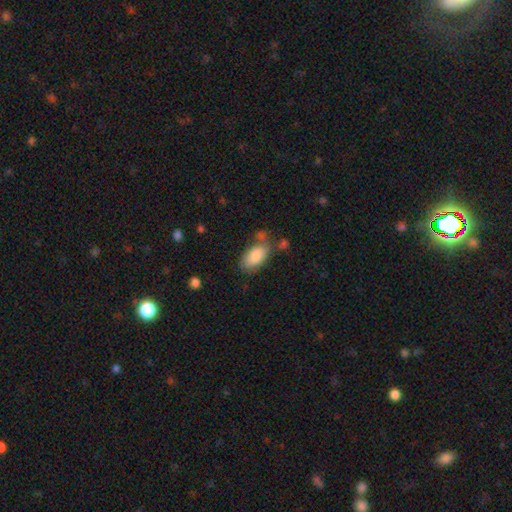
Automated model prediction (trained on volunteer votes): A smooth galaxy with no disk features (86%) that is in between round and cigar-shaped (94%).

Vote fractions:
- Smooth or featured? smooth: 86% / featured or disk: 7% / star or artifact: 6%
- How rounded? in between: 94% / round: 3% / cigar-shaped: 3%
- Merging? none: 56% / minor disturbance: 24% / merger: 11% / major disturbance: 9%